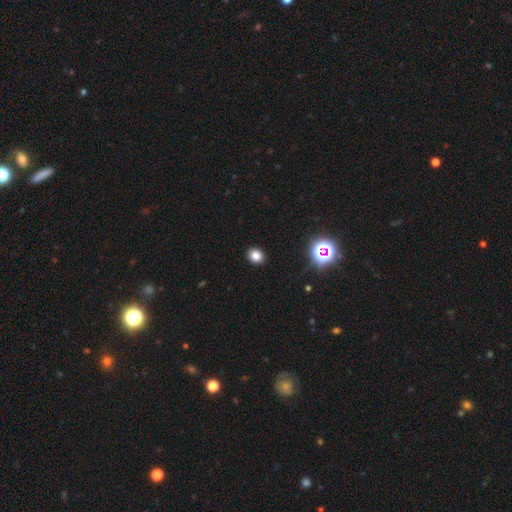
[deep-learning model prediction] A smooth galaxy with no disk features (80%) that is round (63%).

Vote fractions:
- Smooth or featured? smooth: 80% / star or artifact: 15% / featured or disk: 5%
- How rounded? round: 63% / in between: 37% / cigar-shaped: 1%
- Merging? none: 92% / minor disturbance: 6% / major disturbance: 2% / merger: 1%